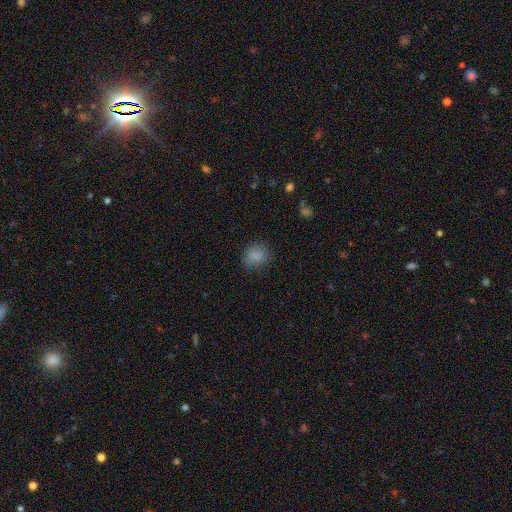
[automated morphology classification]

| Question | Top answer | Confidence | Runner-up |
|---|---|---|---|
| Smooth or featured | smooth | 83% | star or artifact (11%) |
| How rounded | round | 63% | in between (36%) |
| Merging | none | 79% | minor disturbance (15%) |